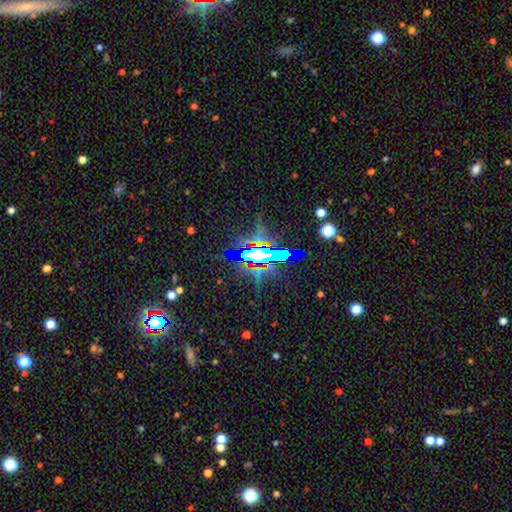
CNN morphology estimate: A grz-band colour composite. It shows a star or artifact, not a galaxy (69%).